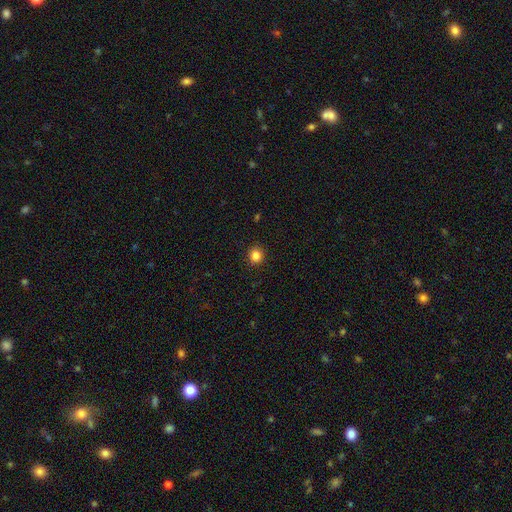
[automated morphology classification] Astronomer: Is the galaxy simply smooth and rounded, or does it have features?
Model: smooth — 84%.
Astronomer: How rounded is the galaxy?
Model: round — 89%.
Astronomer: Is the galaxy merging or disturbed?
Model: none — 91%.